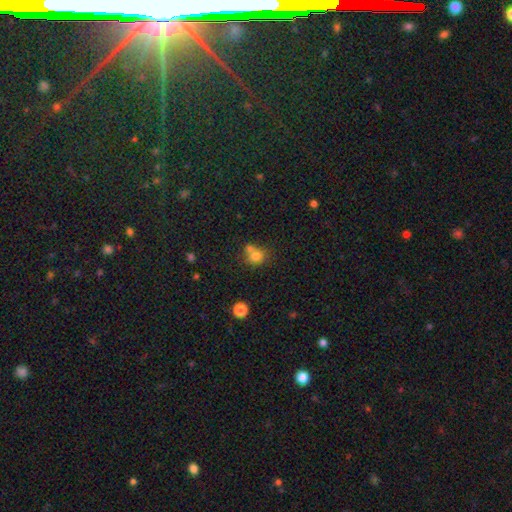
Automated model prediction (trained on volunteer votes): smooth_or_featured: smooth (p=0.76) [alt: star or artifact p=0.14]
how_rounded: round (p=0.79) [alt: in between p=0.21]
merging: none (p=0.45) [alt: merger p=0.41]